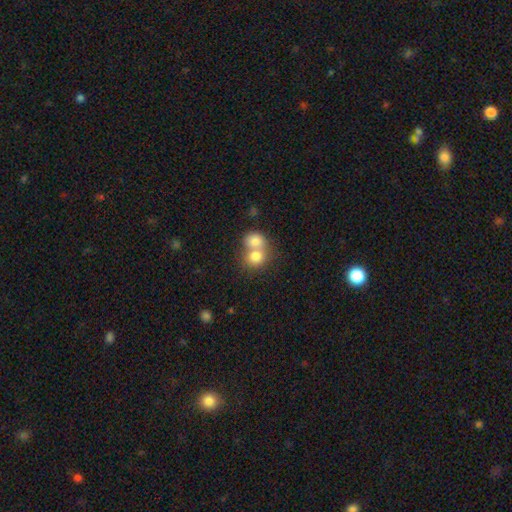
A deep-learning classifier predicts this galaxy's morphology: smooth-or-featured: smooth: 77% | featured or disk: 14% | star or artifact: 9%
  how-rounded: round: 70% | in between: 29% | cigar-shaped: 1%
  merging: merger: 68% | none: 24% | minor disturbance: 5% | major disturbance: 3%